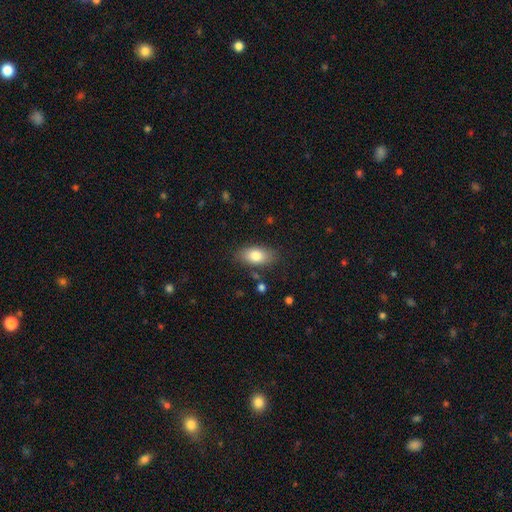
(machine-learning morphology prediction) Overall: smooth (81%). How rounded: in between (89%). Merging: none (83%).